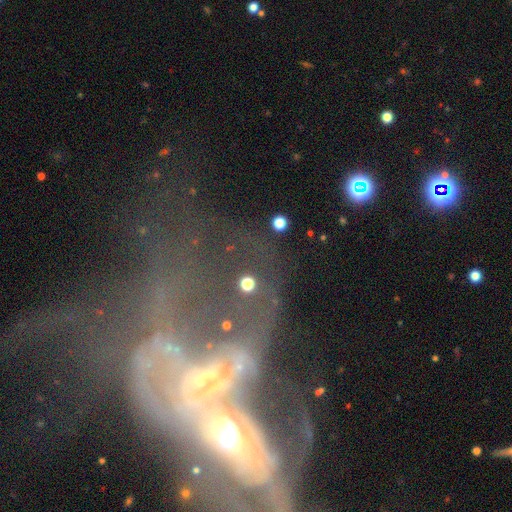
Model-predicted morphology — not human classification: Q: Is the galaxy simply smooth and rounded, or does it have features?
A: featured or disk — 68%.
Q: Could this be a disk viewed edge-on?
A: no — 92%.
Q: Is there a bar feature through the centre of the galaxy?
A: no — 67%.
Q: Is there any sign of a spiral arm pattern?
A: no — 52%.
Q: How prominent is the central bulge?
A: moderate — 48%.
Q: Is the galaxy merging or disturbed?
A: merger — 46%.